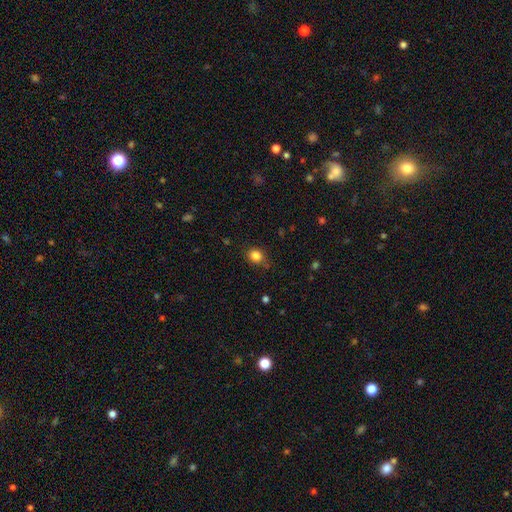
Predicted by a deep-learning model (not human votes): A smooth galaxy with no disk features (84%) that is round (73%).

Vote fractions:
- Smooth or featured? smooth: 84% / star or artifact: 11% / featured or disk: 5%
- How rounded? round: 73% / in between: 27% / cigar-shaped: 1%
- Merging? none: 80% / minor disturbance: 15% / major disturbance: 3% / merger: 2%